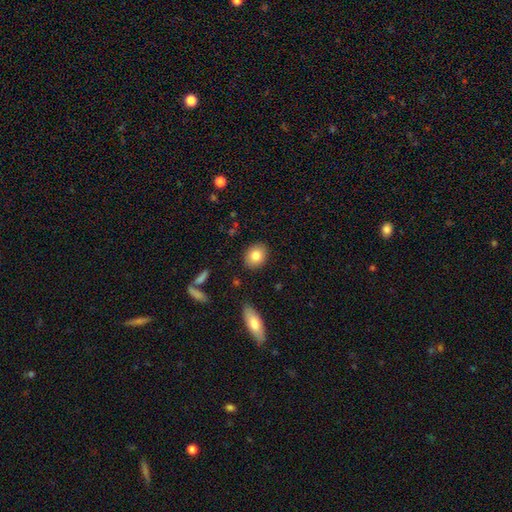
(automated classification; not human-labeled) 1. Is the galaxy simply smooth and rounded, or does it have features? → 82% smooth, 10% featured or disk, 8% star or artifact.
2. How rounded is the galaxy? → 50% in between, 49% round, 1% cigar-shaped.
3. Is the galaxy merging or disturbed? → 88% none, 8% minor disturbance, 2% major disturbance, 2% merger.